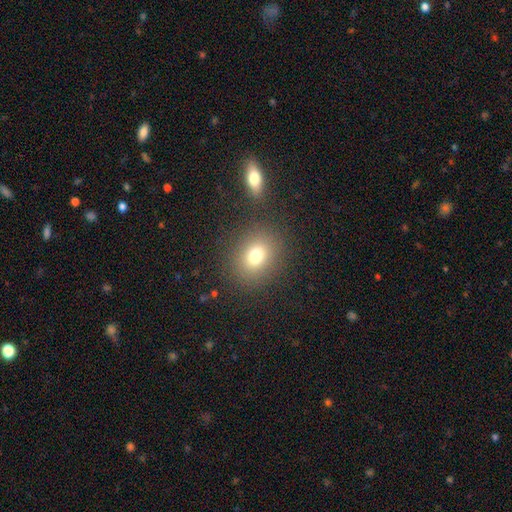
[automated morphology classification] smooth-or-featured: smooth: 76% | star or artifact: 14% | featured or disk: 10%
  how-rounded: round: 59% | in between: 40% | cigar-shaped: 1%
  merging: none: 83% | minor disturbance: 9% | major disturbance: 4% | merger: 4%